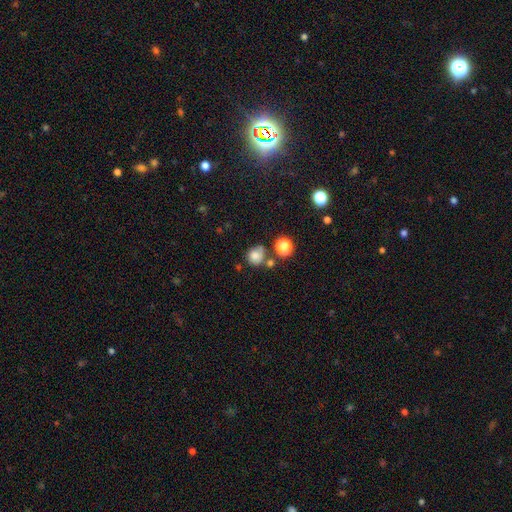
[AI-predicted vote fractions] Smooth or featured? smooth (75%)
How rounded? round (81%)
Merging? none (52%)